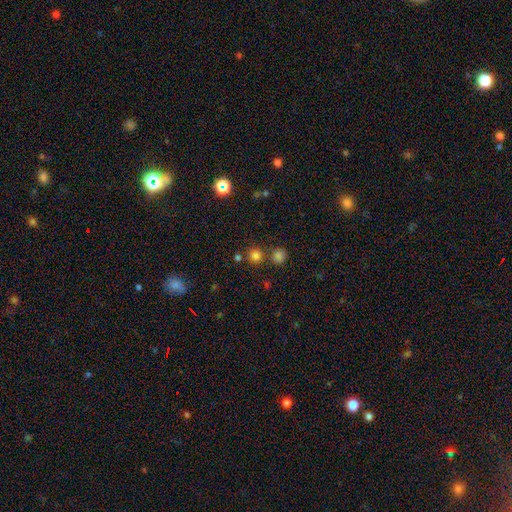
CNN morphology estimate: smooth 74%, star or artifact 21%, featured or disk 5%. Down the decision tree: how rounded — round (92%); merging — none (74%).